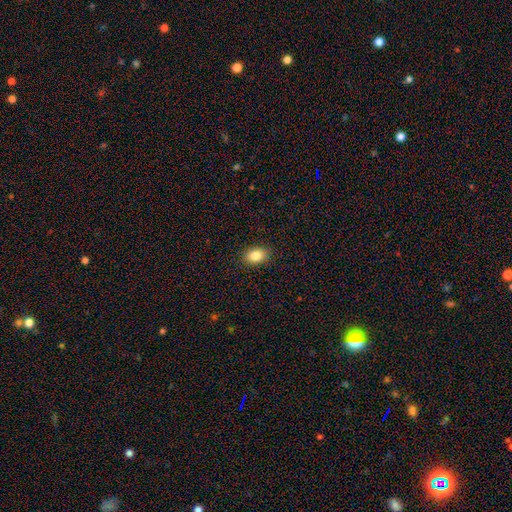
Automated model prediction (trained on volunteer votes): smooth_or_featured: smooth (p=0.86) [alt: star or artifact p=0.08]
how_rounded: in between (p=0.83) [alt: round p=0.16]
merging: none (p=0.90) [alt: minor disturbance p=0.07]